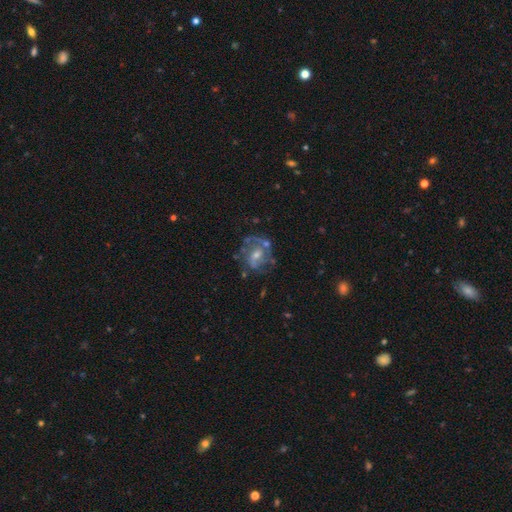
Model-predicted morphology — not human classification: A featured or disk galaxy (76%) with a weak bar (44%), 2 (57%) medium (49%) spiral arms (84%) and a moderate central bulge (48%). Merging: none (58%).